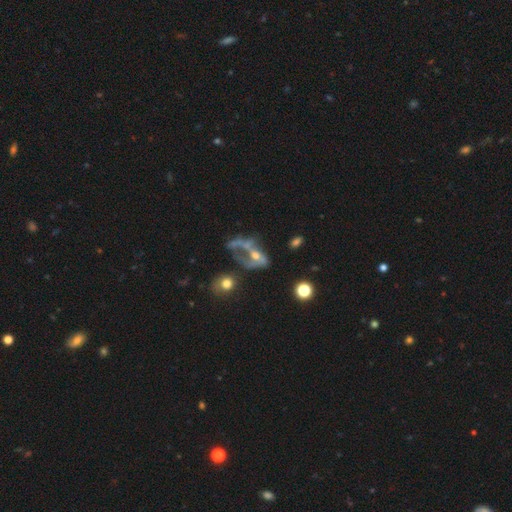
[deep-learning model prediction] Overall: featured or disk (56%; smooth 27%). Edge-on disk: no (92%). Bar: no (76%). Spiral arms: no (70%; yes 30%). Bulge size: moderate (42%; small 33%). Merging: major disturbance (39%; merger 33%).